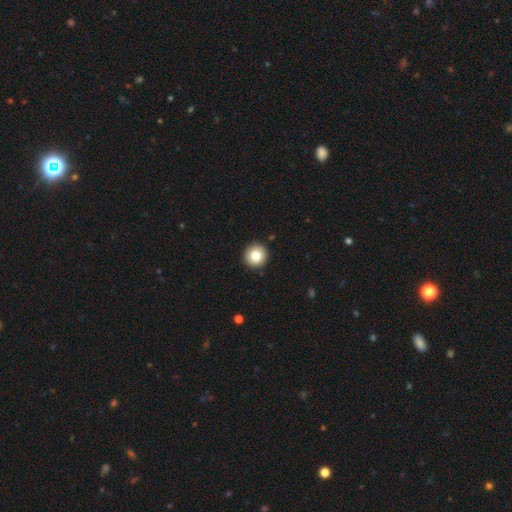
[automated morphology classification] Smooth or featured: smooth — 83% (star or artifact — 9%)
How rounded: round — 94% (in between — 5%)
Merging: none — 93% (minor disturbance — 5%)